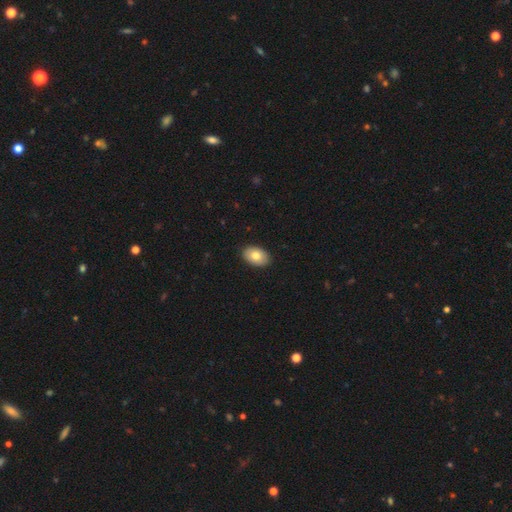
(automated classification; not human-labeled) The model was most divided on "smooth or featured": smooth: 80%, featured or disk: 13%, star or artifact: 7%. More confident: how rounded — in between (91%); merging — none (90%).